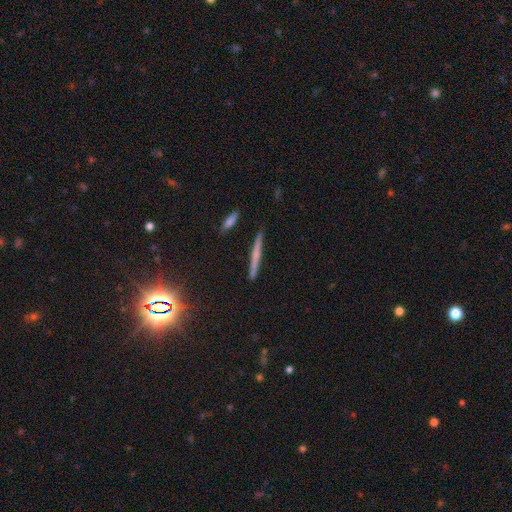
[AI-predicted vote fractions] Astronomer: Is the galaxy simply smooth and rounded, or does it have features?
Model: featured or disk — 45% (runner-up: smooth, 43%).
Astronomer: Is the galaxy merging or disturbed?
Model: none — 90%.